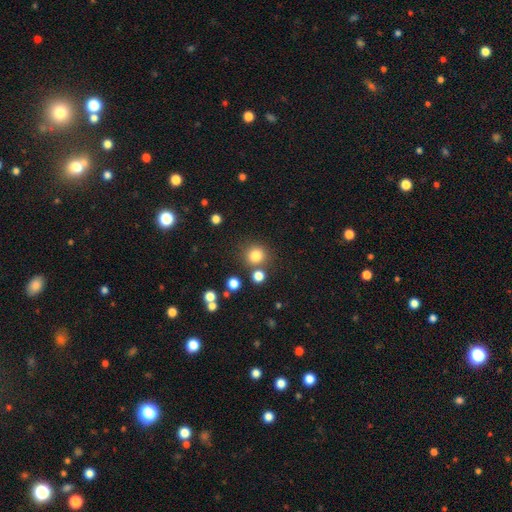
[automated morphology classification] Smooth or featured?
  - smooth: 81% *
  - star or artifact: 14%
  - featured or disk: 5%
How rounded?
  - round: 91% *
  - in between: 9%
  - cigar-shaped: 1%
Merging?
  - none: 78% *
  - merger: 10%
  - minor disturbance: 8%
  - major disturbance: 4%